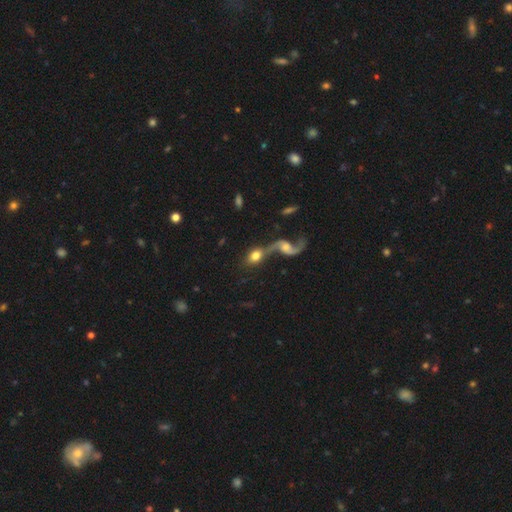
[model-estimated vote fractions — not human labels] Morphology: type=smooth (62%); roundness=in between (60%); merging=merger (52%).